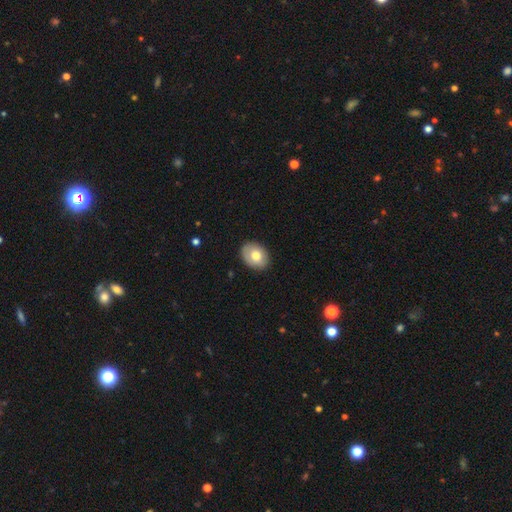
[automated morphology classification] type=smooth (71%); roundness=in between (67%); merging=none (85%).